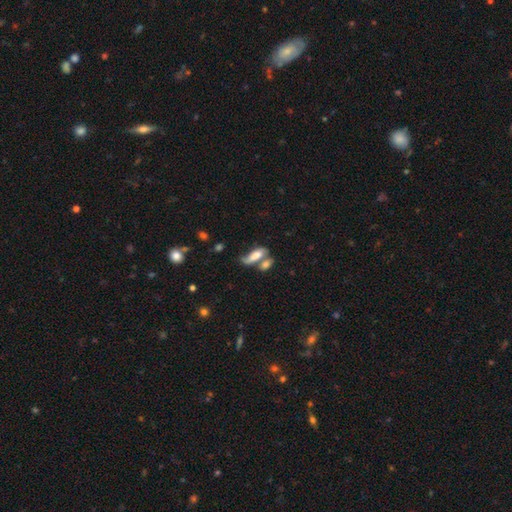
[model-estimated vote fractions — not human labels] A smooth galaxy with no disk features (63%) that is in between round and cigar-shaped (73%).

Vote fractions:
- Smooth or featured? smooth: 63% / featured or disk: 28% / star or artifact: 10%
- How rounded? in between: 73% / cigar-shaped: 24% / round: 4%
- Merging? merger: 52% / none: 24% / minor disturbance: 12% / major disturbance: 11%